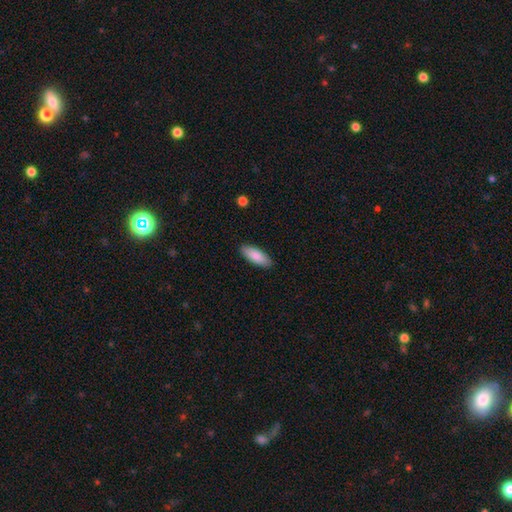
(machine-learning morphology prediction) smooth-or-featured: smooth: 88% | featured or disk: 7% | star or artifact: 5%
  how-rounded: in between: 72% | cigar-shaped: 26% | round: 2%
  merging: none: 90% | minor disturbance: 8% | major disturbance: 2% | merger: 1%